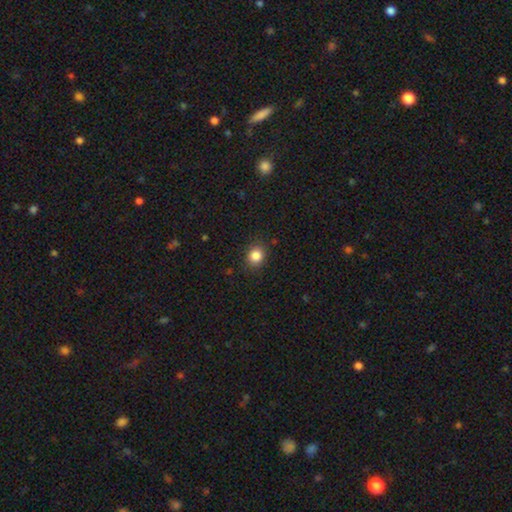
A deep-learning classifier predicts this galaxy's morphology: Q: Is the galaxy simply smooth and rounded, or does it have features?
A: smooth — 85%.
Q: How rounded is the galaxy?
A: round — 73%.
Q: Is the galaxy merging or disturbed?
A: none — 88%.